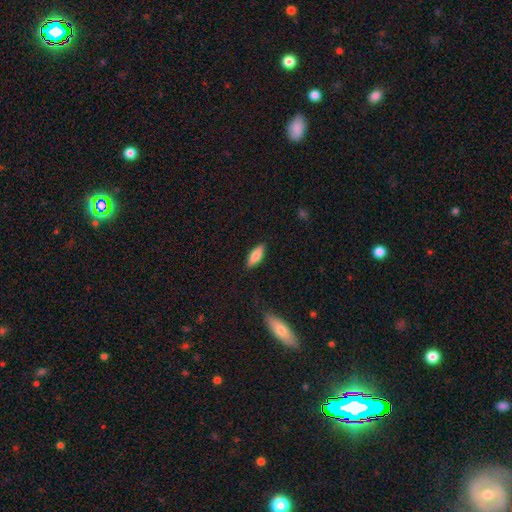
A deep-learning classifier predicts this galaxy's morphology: Smooth or featured? Predicted: smooth (p=0.83). How rounded? Predicted: in between (p=0.69). Merging? Predicted: none (p=0.86).